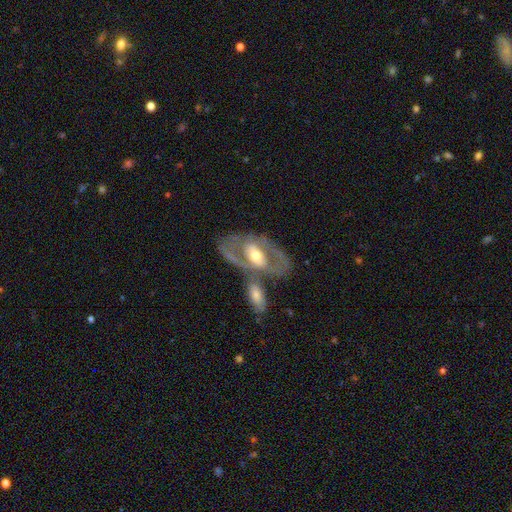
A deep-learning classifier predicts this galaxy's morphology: smooth-or-featured: featured or disk: 78% | smooth: 16% | star or artifact: 5%
  disk-edge-on: no: 91% | yes: 9%
    bar: strong: 36% | weak: 35% | no: 30%
    has-spiral-arms: yes: 67% | no: 33%
    bulge-size: moderate: 67% | small: 20% | large: 10% | dominant: 1% | none: 1%
  merging: none: 51% | merger: 26% | minor disturbance: 14% | major disturbance: 10%